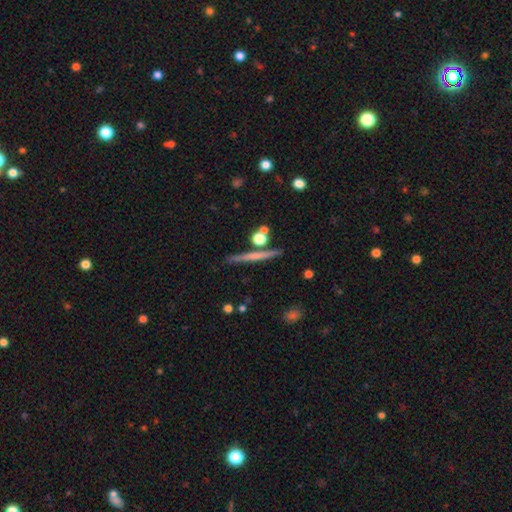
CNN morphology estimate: A featured or disk galaxy (49%). Merging: none (84%).